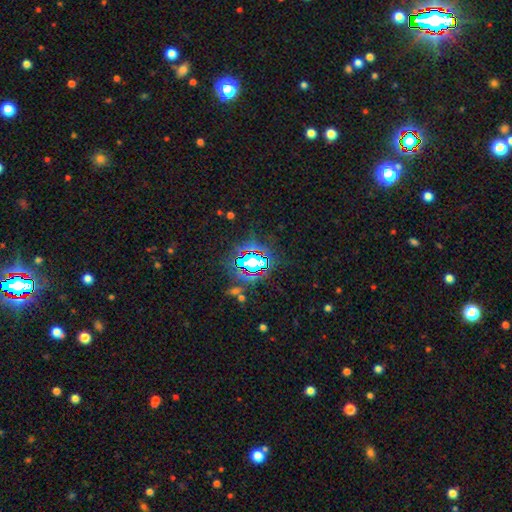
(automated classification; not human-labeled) Smooth or featured?
  - star or artifact: 83% *
  - smooth: 9%
  - featured or disk: 7%